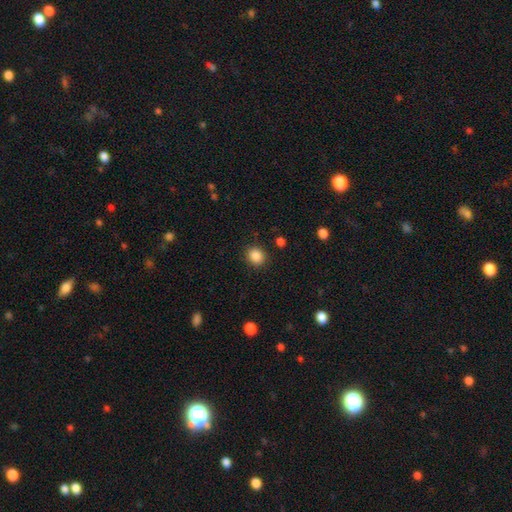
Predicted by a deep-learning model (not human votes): Smooth or featured?
  - smooth: 87% *
  - star or artifact: 10%
  - featured or disk: 3%
How rounded?
  - round: 76% *
  - in between: 23%
  - cigar-shaped: 1%
Merging?
  - none: 89% *
  - minor disturbance: 7%
  - major disturbance: 2%
  - merger: 2%